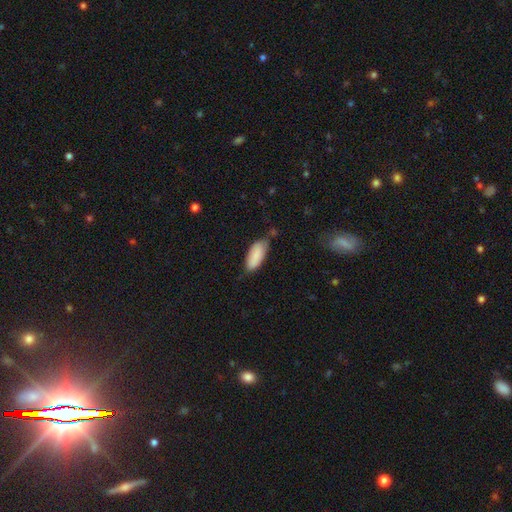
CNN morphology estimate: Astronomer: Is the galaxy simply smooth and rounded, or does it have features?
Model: smooth — 86%.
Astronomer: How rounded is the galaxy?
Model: in between — 86%.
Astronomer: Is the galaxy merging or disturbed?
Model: none — 57% (runner-up: minor disturbance, 32%).